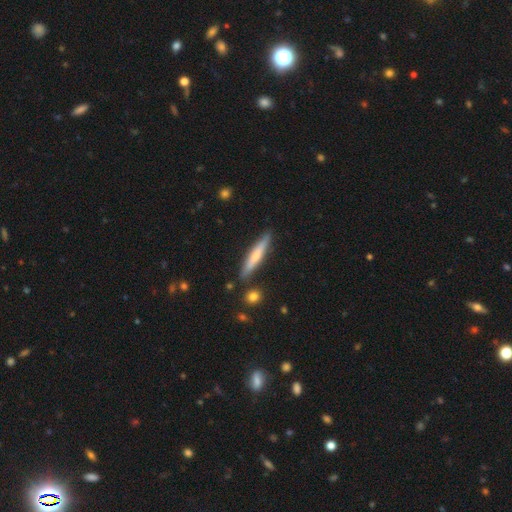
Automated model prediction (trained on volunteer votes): smooth 54%, featured or disk 41%, star or artifact 6%. Down the decision tree: how rounded — cigar-shaped (91%); merging — none (86%).